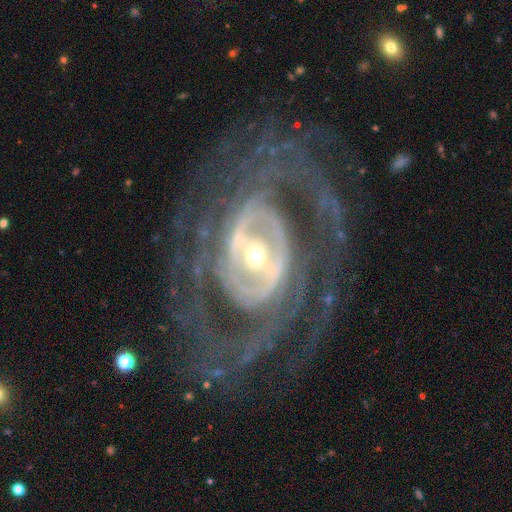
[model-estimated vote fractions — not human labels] Morphology: type=featured or disk (89%); edge-on=no (95%); bar=strong (39%); spiral arms=yes (90%); winding=tight (60%); arm count=can't tell (32%); bulge=small (54%); merging=none (70%).